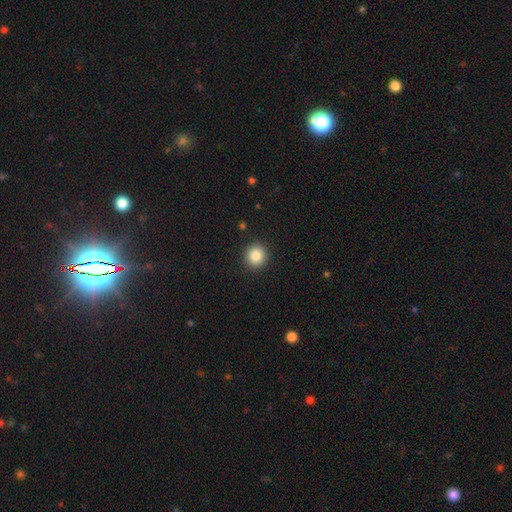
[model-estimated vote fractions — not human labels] Smooth or featured? smooth (85%)
How rounded? round (91%)
Merging? none (91%)